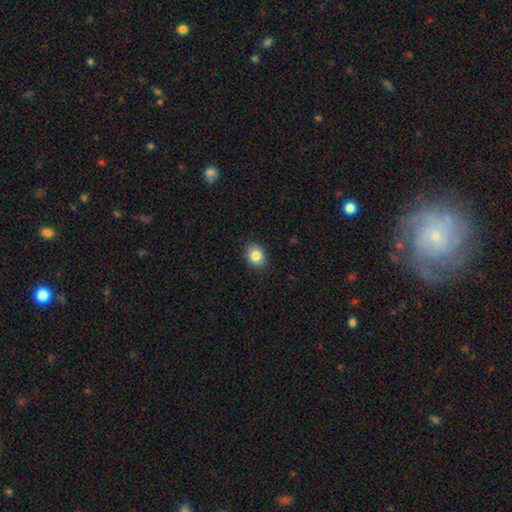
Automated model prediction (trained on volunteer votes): Smooth or featured: smooth — 84% (star or artifact — 9%)
How rounded: in between — 54% (round — 45%)
Merging: none — 90% (minor disturbance — 8%)